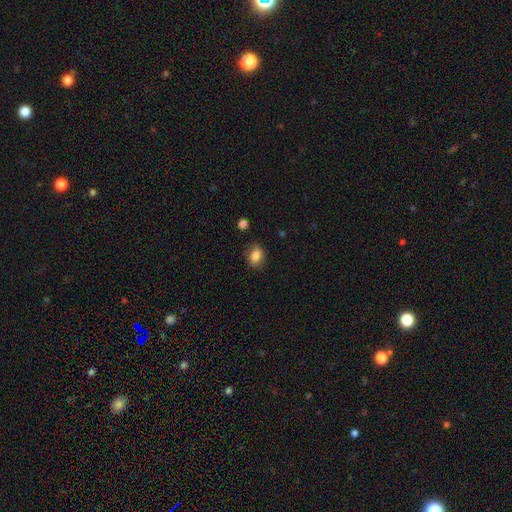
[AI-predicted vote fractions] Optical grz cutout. It shows a smooth galaxy with no disk features (83%) that is in between round and cigar-shaped (64%). Merging: none (77%).